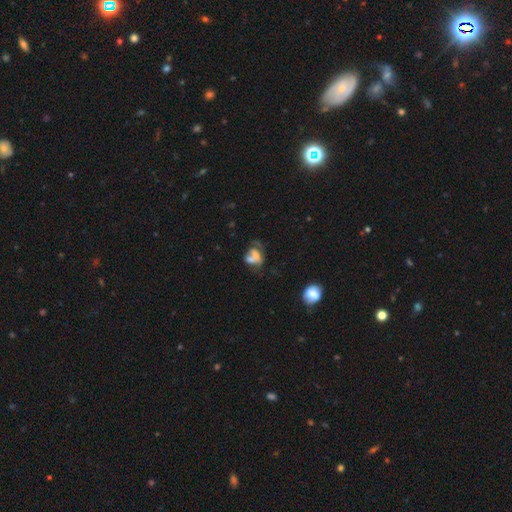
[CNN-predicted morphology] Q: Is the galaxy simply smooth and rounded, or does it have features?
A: smooth — 45%.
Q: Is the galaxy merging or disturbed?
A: merger — 43%.